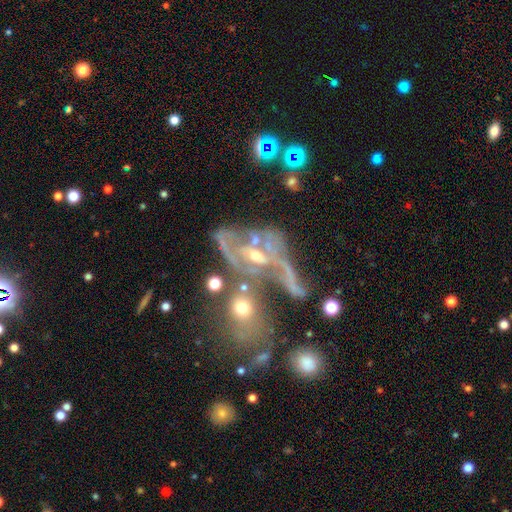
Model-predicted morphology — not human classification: type=featured or disk (69%); edge-on=no (93%); bar=no (60%); spiral arms=yes (69%); bulge=small (49%); merging=merger (41%).